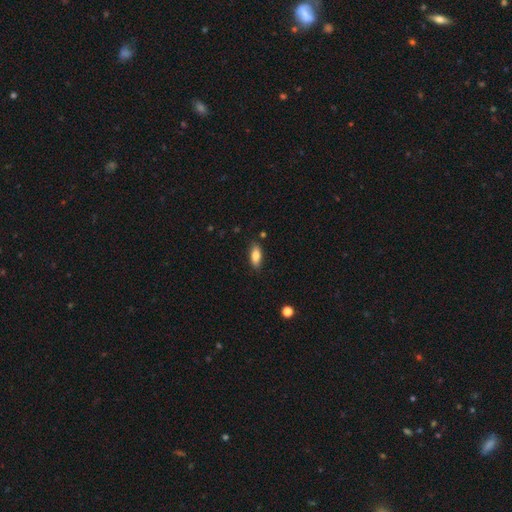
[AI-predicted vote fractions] Smooth or featured? Predicted: smooth (p=0.82). How rounded? Predicted: in between (p=0.82). Merging? Predicted: none (p=0.84).